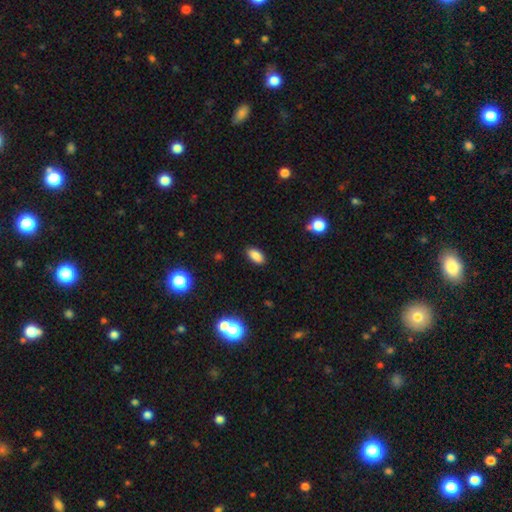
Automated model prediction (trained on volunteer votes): Q: Smooth or featured?
A: smooth (85%); runner-up: star or artifact (10%)
Q: How rounded?
A: in between (92%); runner-up: round (4%)
Q: Merging?
A: none (87%); runner-up: minor disturbance (9%)